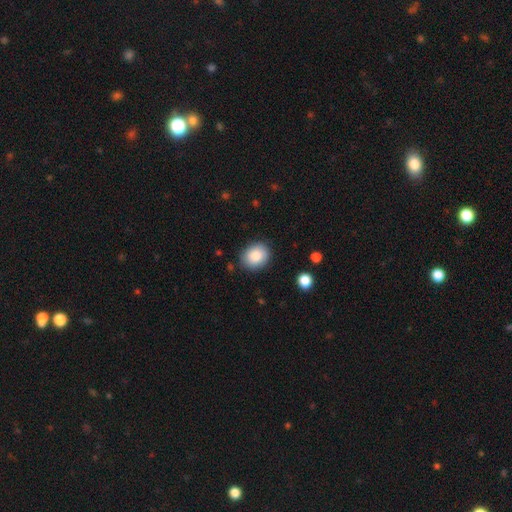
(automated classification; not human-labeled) Q: Smooth or featured?
A: smooth (86%); runner-up: star or artifact (8%)
Q: How rounded?
A: round (58%); runner-up: in between (41%)
Q: Merging?
A: none (85%); runner-up: minor disturbance (11%)